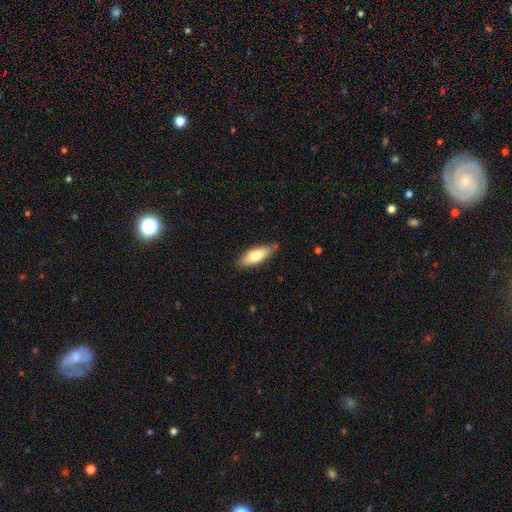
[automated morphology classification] Smooth or featured? smooth (74%)
How rounded? in between (69%)
Merging? none (81%)